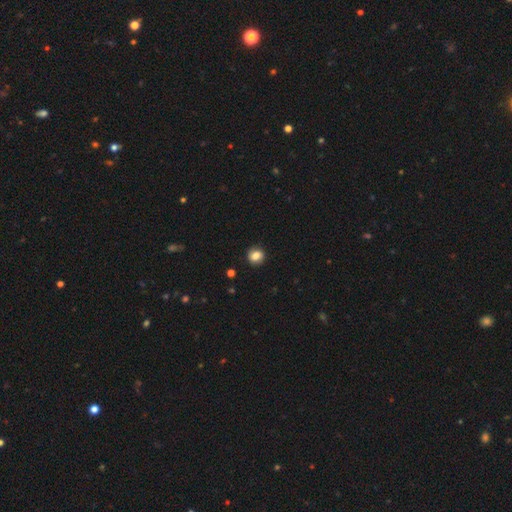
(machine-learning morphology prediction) This is clearly a smooth galaxy (82%). How rounded: likely round (80%). Merging: clearly none (87%).